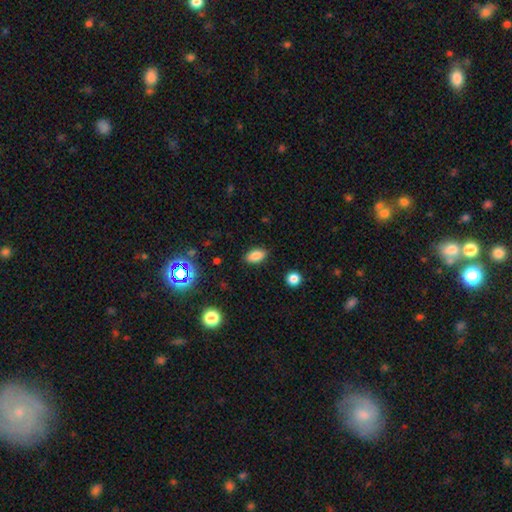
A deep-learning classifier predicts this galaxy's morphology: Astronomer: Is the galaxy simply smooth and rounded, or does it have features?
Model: smooth — 83%.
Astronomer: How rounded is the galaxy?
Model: in between — 90%.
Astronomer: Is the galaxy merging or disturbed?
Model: none — 86%.